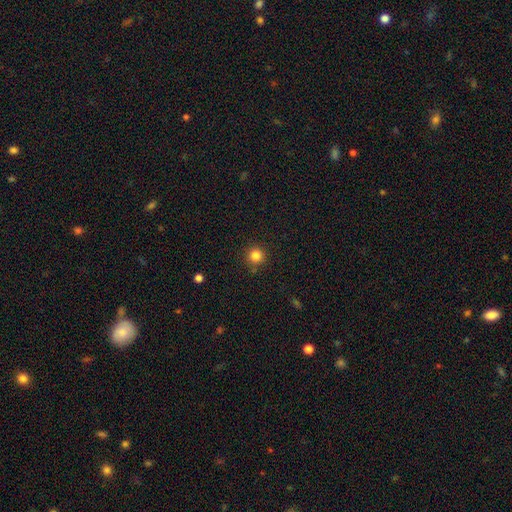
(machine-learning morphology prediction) Smooth or featured? Predicted: smooth (p=0.84). How rounded? Predicted: round (p=0.95). Merging? Predicted: none (p=0.88).